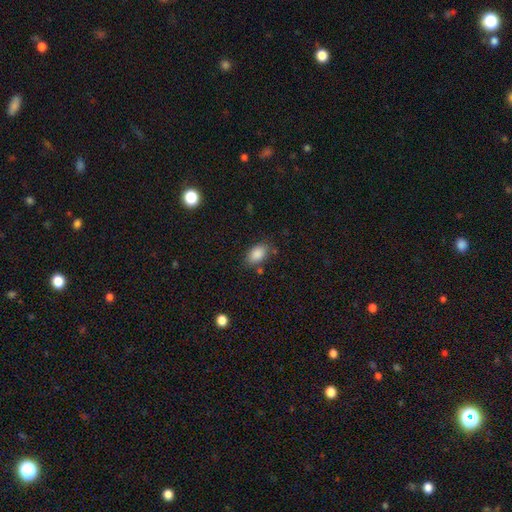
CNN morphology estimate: A smooth galaxy with no disk features (86%) that is in between round and cigar-shaped (88%). Merging: none (77%).